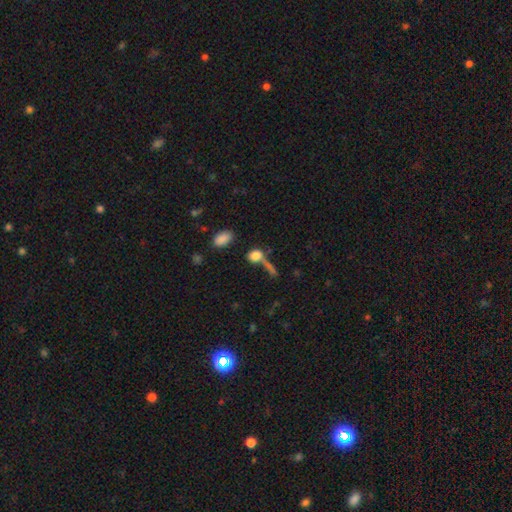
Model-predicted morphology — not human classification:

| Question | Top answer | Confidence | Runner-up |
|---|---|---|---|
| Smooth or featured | smooth | 76% | star or artifact (13%) |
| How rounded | round | 48% | in between (43%) |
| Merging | none | 44% | merger (30%) |